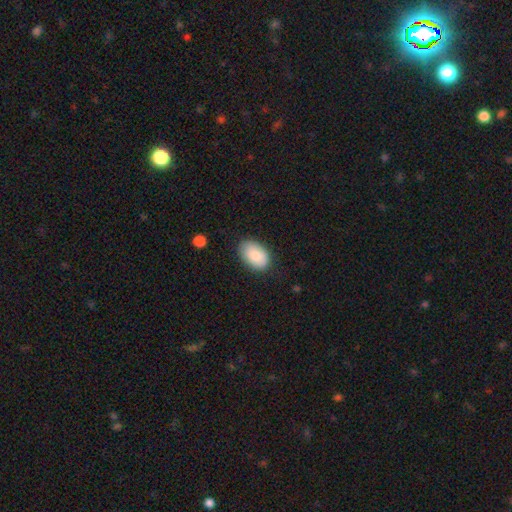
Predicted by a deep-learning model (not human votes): A smooth galaxy with no disk features (84%) that is in between round and cigar-shaped (89%).

Vote fractions:
- Smooth or featured? smooth: 84% / featured or disk: 9% / star or artifact: 7%
- How rounded? in between: 89% / round: 10% / cigar-shaped: 1%
- Merging? none: 81% / minor disturbance: 15% / major disturbance: 3% / merger: 1%